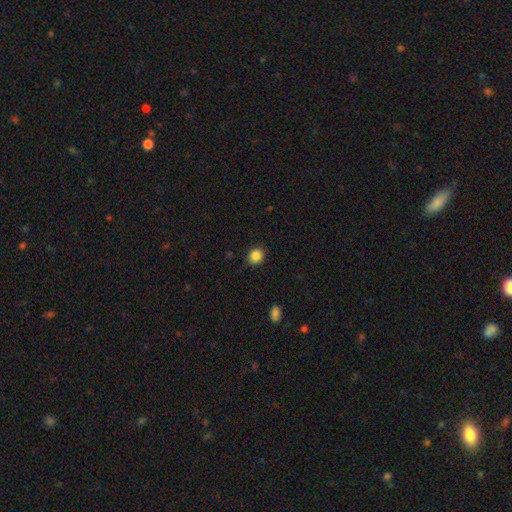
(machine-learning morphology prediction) Overall: smooth (86%). How rounded: round (78%). Merging: none (90%).